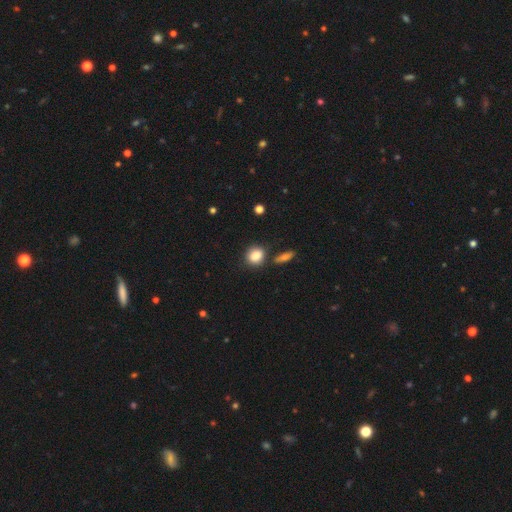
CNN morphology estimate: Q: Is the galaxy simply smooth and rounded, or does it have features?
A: smooth — 85%.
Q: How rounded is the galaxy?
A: round — 58%.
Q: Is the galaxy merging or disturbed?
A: none — 74%.